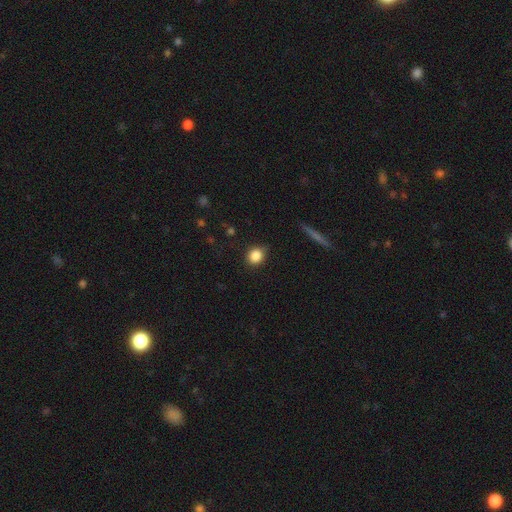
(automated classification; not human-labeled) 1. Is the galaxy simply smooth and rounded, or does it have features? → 85% smooth, 10% star or artifact, 5% featured or disk.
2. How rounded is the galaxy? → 76% round, 23% in between, 1% cigar-shaped.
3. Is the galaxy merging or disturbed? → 83% none, 12% minor disturbance, 3% major disturbance, 1% merger.